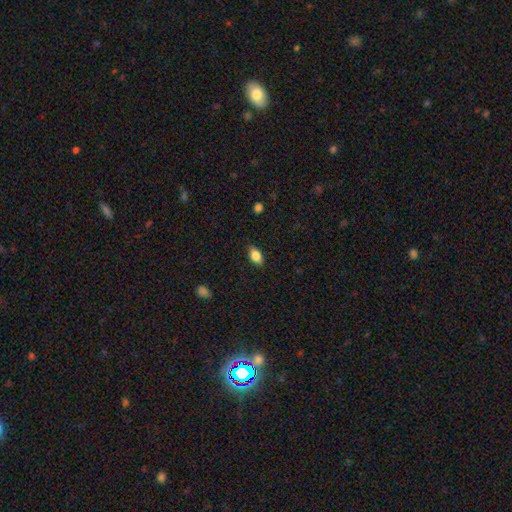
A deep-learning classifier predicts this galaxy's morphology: Overall: smooth (83%). How rounded: in between (90%). Merging: none (85%).